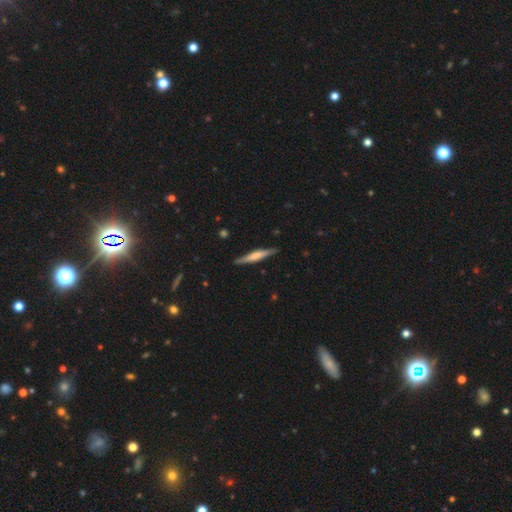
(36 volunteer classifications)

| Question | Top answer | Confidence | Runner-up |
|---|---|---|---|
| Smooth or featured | featured or disk | 78% | smooth (17%) |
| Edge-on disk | yes | 96% | no (4%) |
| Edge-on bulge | boxy | 59% | rounded (37%) |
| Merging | none | 91% | minor disturbance (6%) |